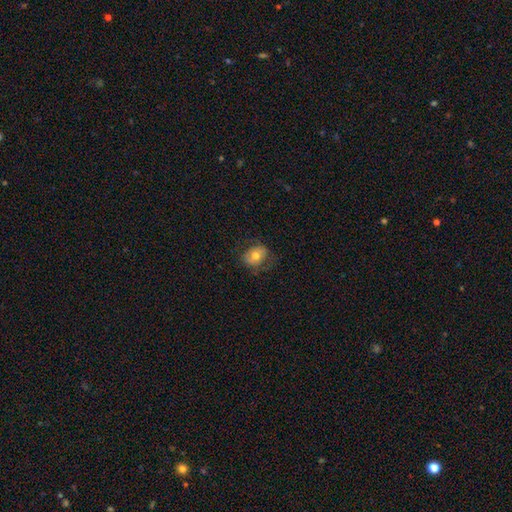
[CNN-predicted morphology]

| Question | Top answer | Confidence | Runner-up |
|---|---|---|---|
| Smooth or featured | smooth | 66% | featured or disk (26%) |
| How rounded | in between | 57% | round (42%) |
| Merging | none | 70% | minor disturbance (19%) |